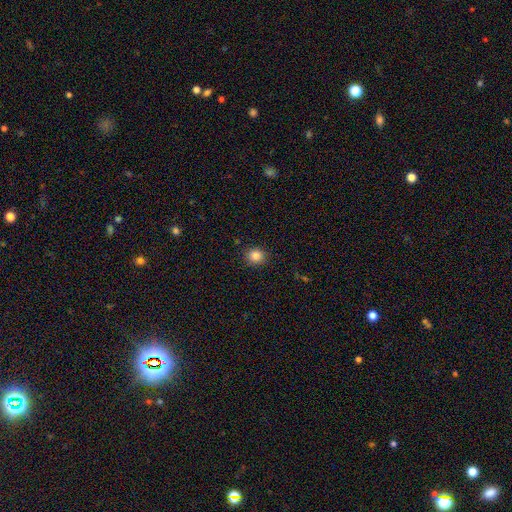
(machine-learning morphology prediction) Smooth or featured? smooth (84%)
How rounded? round (80%)
Merging? none (90%)